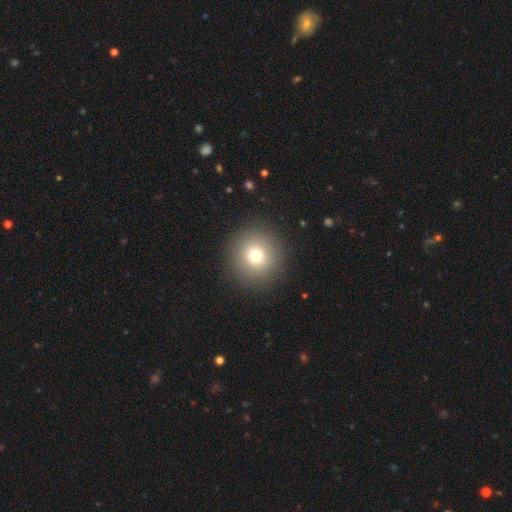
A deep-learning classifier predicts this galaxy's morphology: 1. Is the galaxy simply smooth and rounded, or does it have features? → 74% smooth, 14% star or artifact, 12% featured or disk.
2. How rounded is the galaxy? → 96% round, 3% in between, 1% cigar-shaped.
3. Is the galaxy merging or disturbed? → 91% none, 5% minor disturbance, 3% major disturbance, 1% merger.